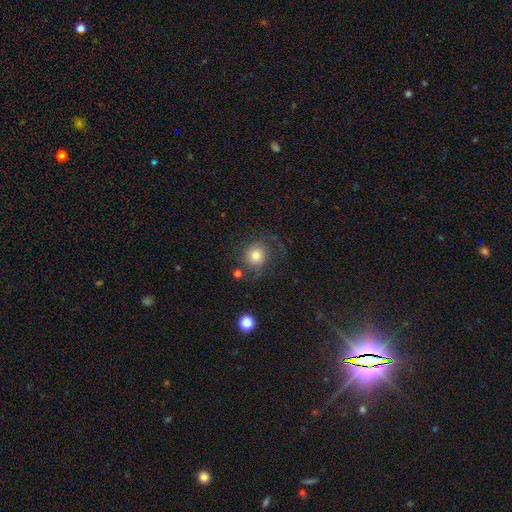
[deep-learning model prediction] This is likely a smooth galaxy (65%). How rounded: clearly round (83%). Merging: possibly none (59%).